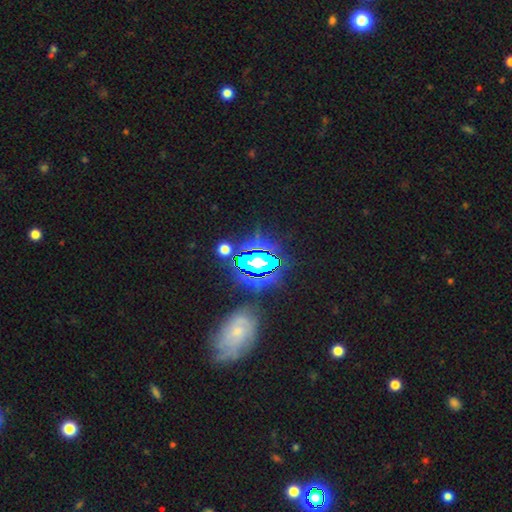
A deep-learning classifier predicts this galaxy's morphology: Overall: star or artifact (73%).